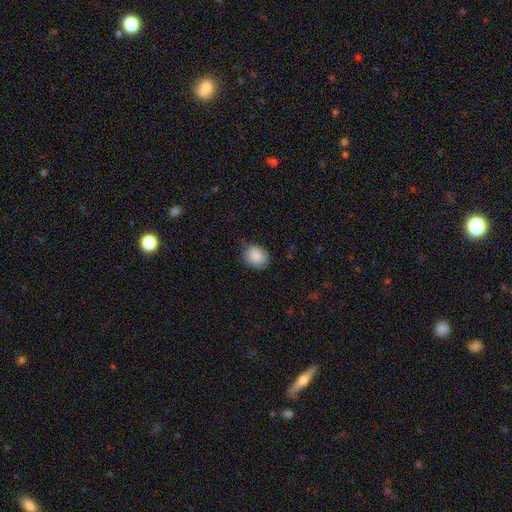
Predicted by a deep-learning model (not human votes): Smooth or featured? Predicted: smooth (p=0.87). How rounded? Predicted: round (p=0.57). Merging? Predicted: none (p=0.72).